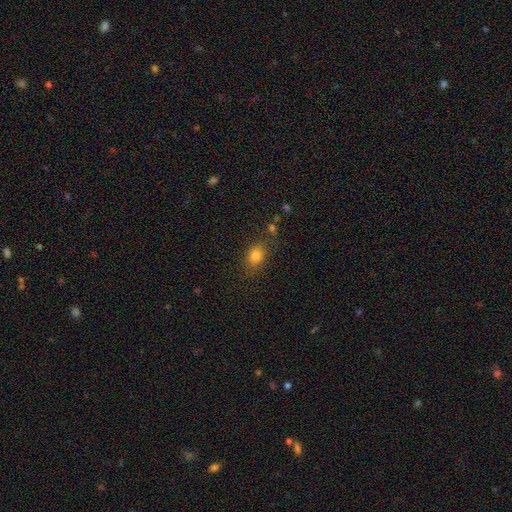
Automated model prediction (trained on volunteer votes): Q: Smooth or featured?
A: smooth (78%); runner-up: star or artifact (13%)
Q: How rounded?
A: in between (57%); runner-up: round (41%)
Q: Merging?
A: none (76%); runner-up: minor disturbance (16%)